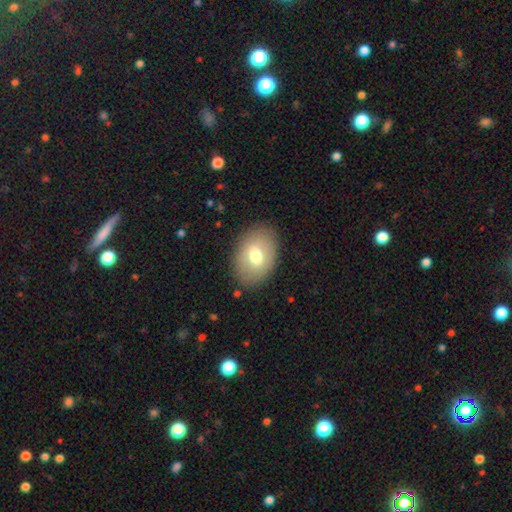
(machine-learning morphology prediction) type=smooth (67%); roundness=in between (81%); merging=none (84%).